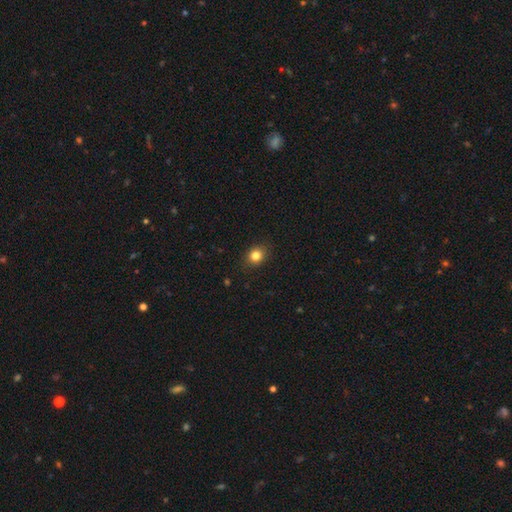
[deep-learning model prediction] A smooth galaxy with no disk features (82%) that is round (70%). Merging: none (88%).